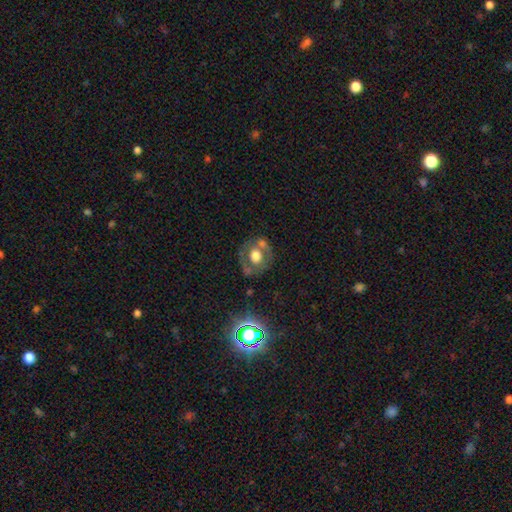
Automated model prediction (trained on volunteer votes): smooth 45%, featured or disk 44%, star or artifact 11%. Down the decision tree: merging — none (62%).